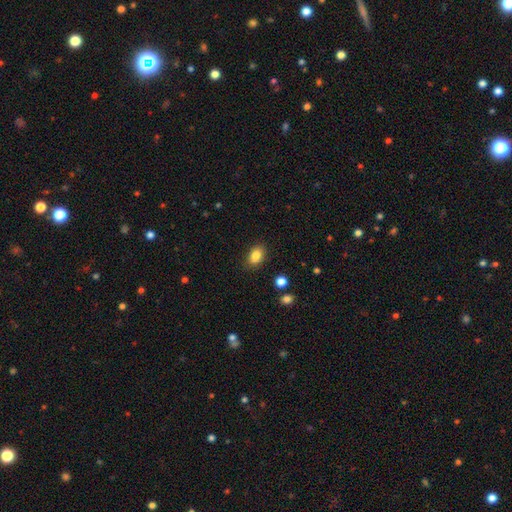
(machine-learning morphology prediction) This appears to be a smooth galaxy with no disk features (85%) that is in between round and cigar-shaped (85%). Merging: none (85%).